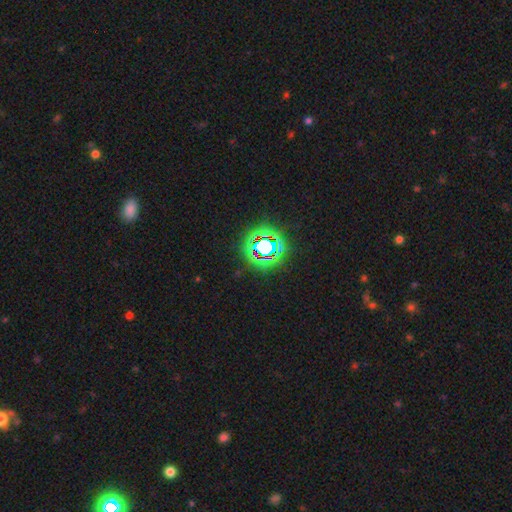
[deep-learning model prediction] Smooth or featured? Predicted: star or artifact (p=0.78).